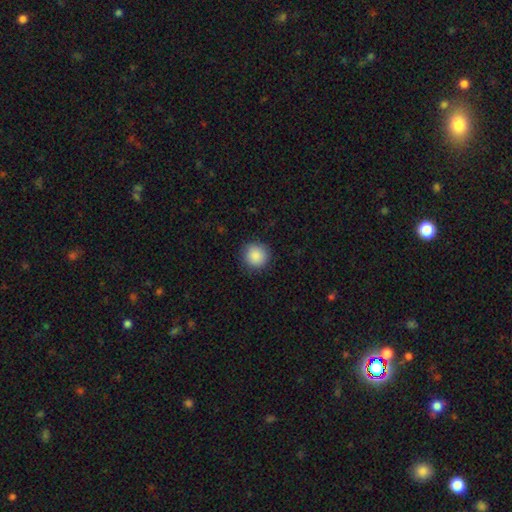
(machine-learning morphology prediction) A smooth galaxy with no disk features (88%) that is round (94%). Merging: none (90%).